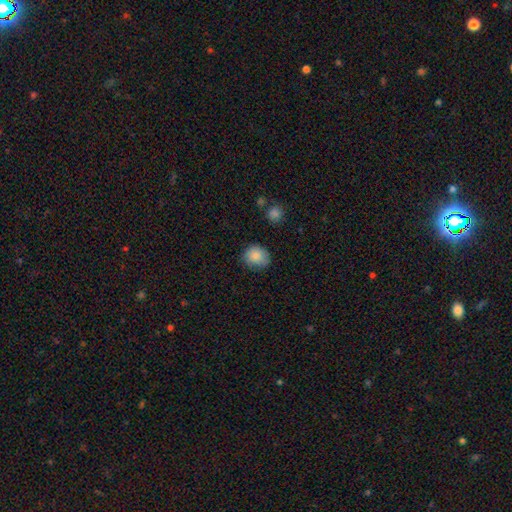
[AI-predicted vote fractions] A smooth galaxy with no disk features (86%) that is round (68%).

Vote fractions:
- Smooth or featured? smooth: 86% / star or artifact: 8% / featured or disk: 6%
- How rounded? round: 68% / in between: 31% / cigar-shaped: 1%
- Merging? none: 73% / minor disturbance: 21% / major disturbance: 4% / merger: 2%